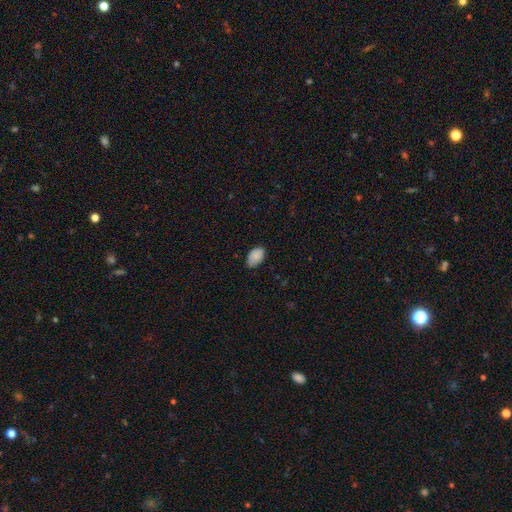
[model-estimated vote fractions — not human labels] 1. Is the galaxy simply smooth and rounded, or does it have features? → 87% smooth, 7% star or artifact, 5% featured or disk.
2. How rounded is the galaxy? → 91% in between, 8% round, 1% cigar-shaped.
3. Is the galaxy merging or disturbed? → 73% none, 22% minor disturbance, 3% major disturbance, 1% merger.